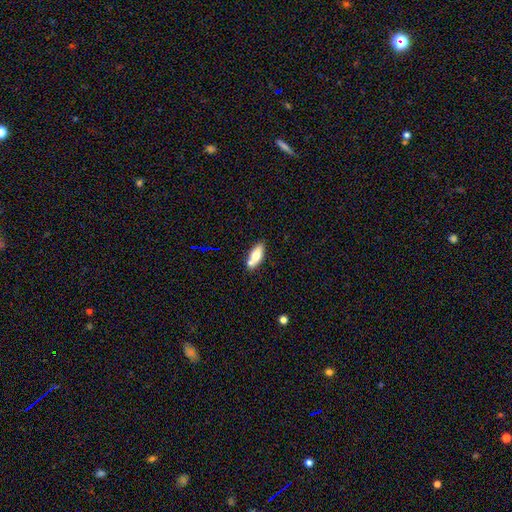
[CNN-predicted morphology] Overall: smooth (68%). How rounded: in between (73%). Merging: none (61%; merger 22%).